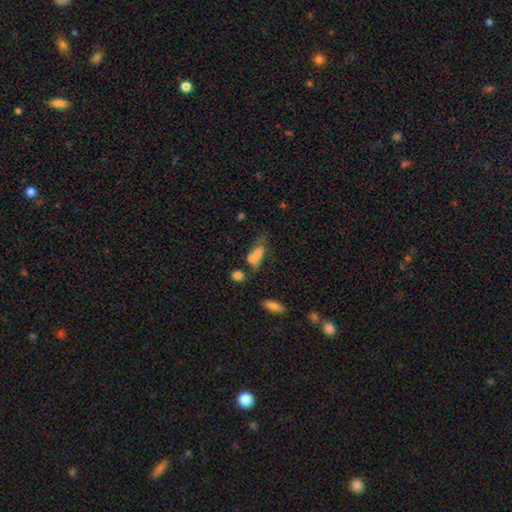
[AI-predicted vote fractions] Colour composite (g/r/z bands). It shows a smooth galaxy with no disk features (69%) that is in between round and cigar-shaped (78%). Merging: none (30%).